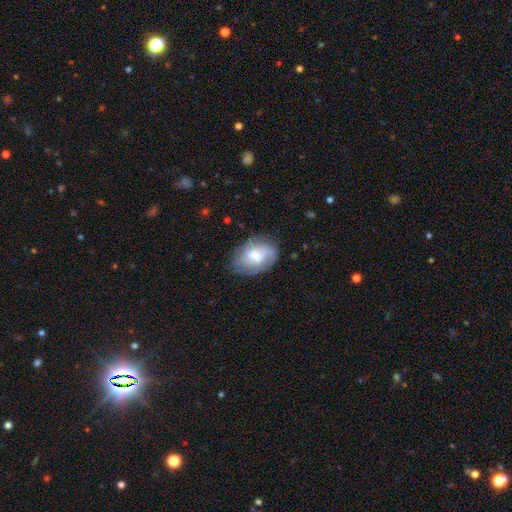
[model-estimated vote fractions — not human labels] This is possibly a featured or disk galaxy (49%). Merging: likely none (67%).